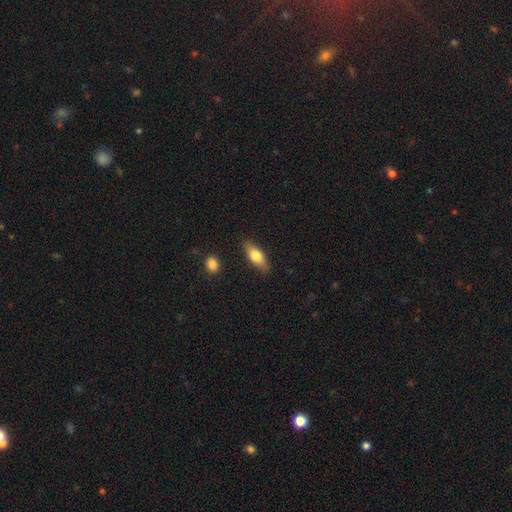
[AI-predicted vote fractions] The model was most divided on "how rounded": in between: 70%, cigar-shaped: 26%, round: 3%. More confident: merging — none (84%); smooth or featured — smooth (72%).